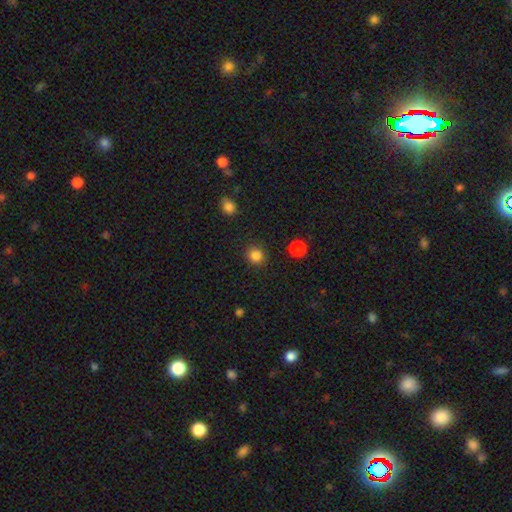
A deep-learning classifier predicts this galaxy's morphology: Overall: smooth (84%). How rounded: round (89%). Merging: none (89%).